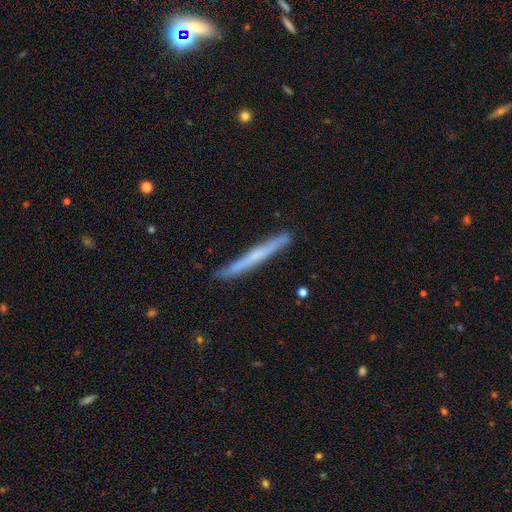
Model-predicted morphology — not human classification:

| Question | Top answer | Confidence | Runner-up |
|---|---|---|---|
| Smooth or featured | smooth | 47% | featured or disk (46%) |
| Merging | none | 88% | minor disturbance (9%) |